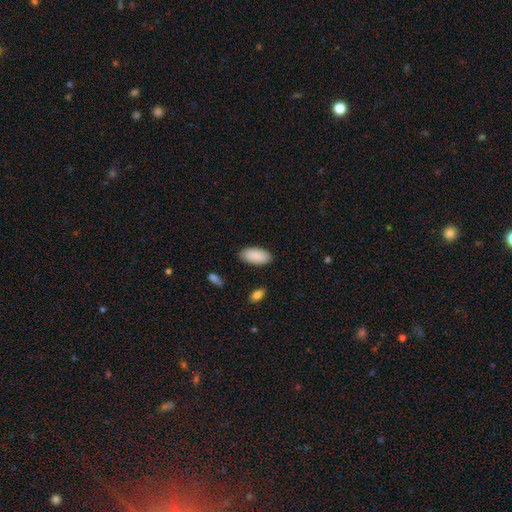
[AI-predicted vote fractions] Overall: smooth (90%). How rounded: in between (93%). Merging: none (86%).